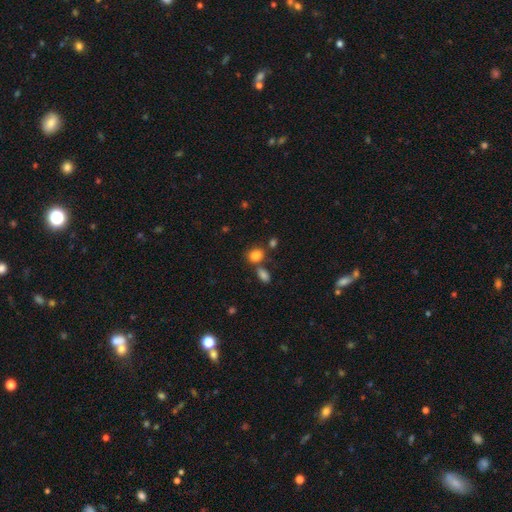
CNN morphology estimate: Smooth or featured? smooth (83%)
How rounded? in between (57%)
Merging? none (59%)